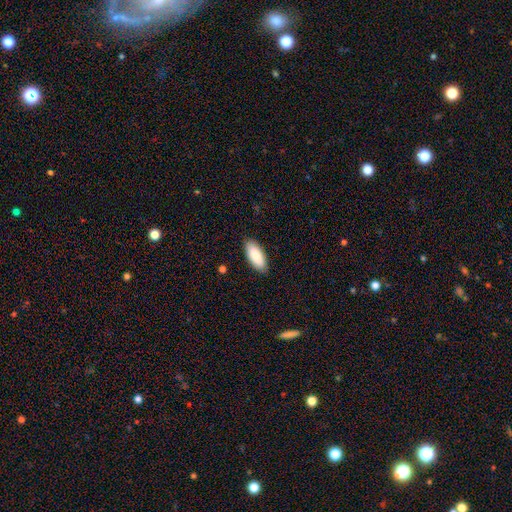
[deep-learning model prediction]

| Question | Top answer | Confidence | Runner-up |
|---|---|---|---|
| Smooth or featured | smooth | 86% | featured or disk (8%) |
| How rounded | in between | 86% | cigar-shaped (13%) |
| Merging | none | 88% | minor disturbance (9%) |